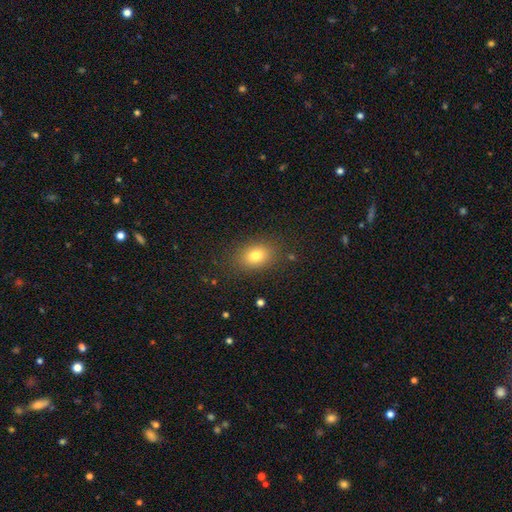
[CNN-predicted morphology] A smooth galaxy with no disk features (78%) that is in between round and cigar-shaped (75%). Merging: none (84%).